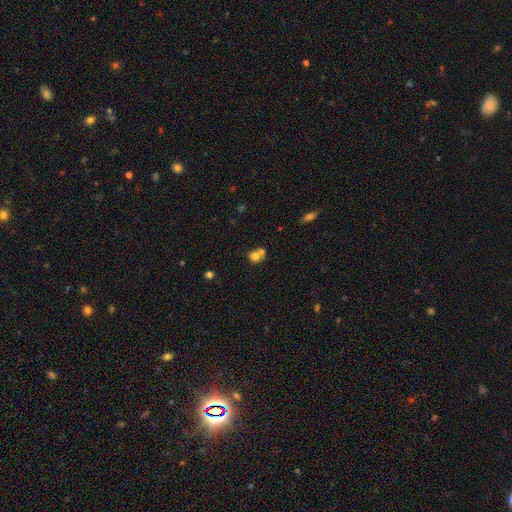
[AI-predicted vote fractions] A smooth galaxy with no disk features (73%) that is round (65%). Merging: merger (52%).